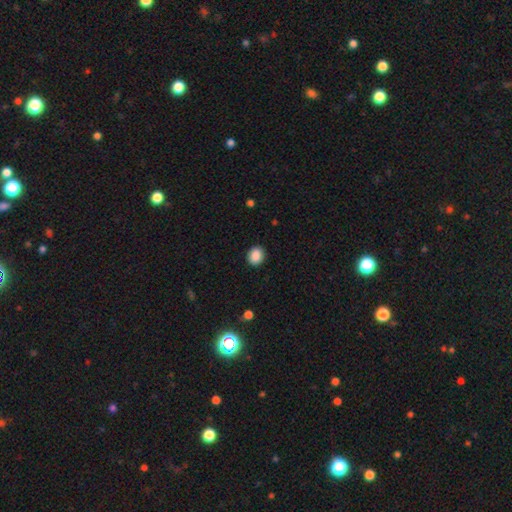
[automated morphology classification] Smooth or featured? smooth (88%)
How rounded? round (59%)
Merging? none (90%)